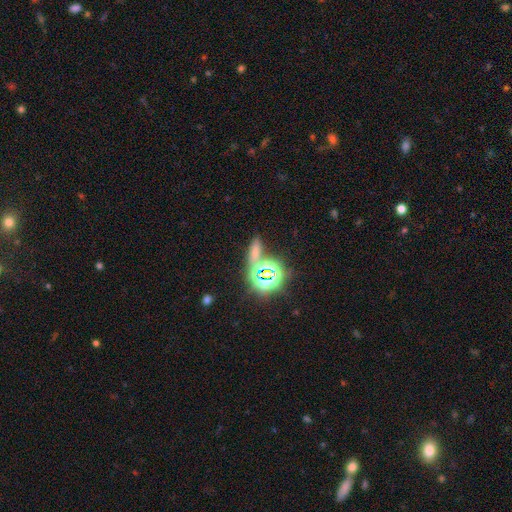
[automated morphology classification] Smooth or featured? star or artifact (60%)